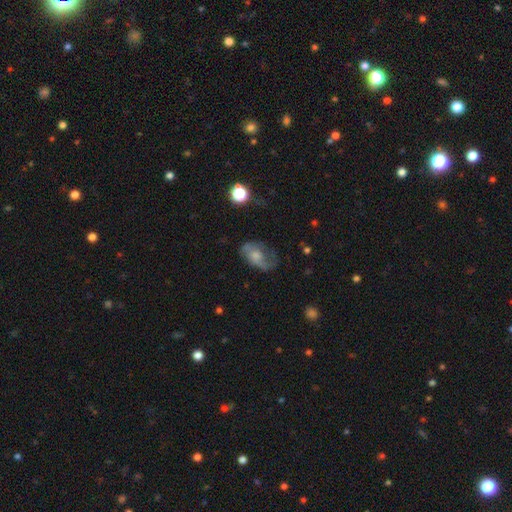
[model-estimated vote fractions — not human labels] smooth_or_featured: featured or disk (p=0.48) [alt: smooth p=0.42]
merging: none (p=0.41) [alt: major disturbance p=0.29]